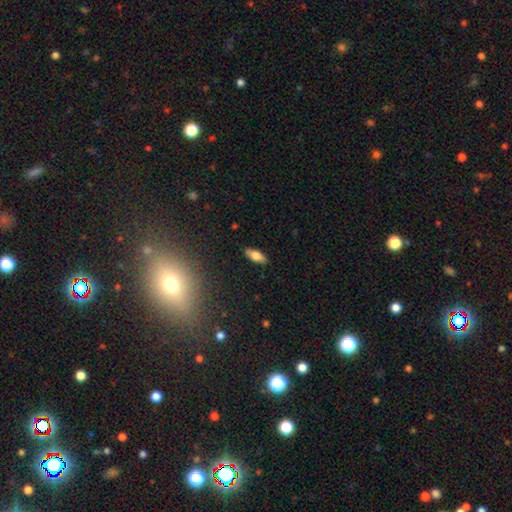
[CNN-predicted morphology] Overall: smooth (73%). How rounded: in between (78%). Merging: none (88%).